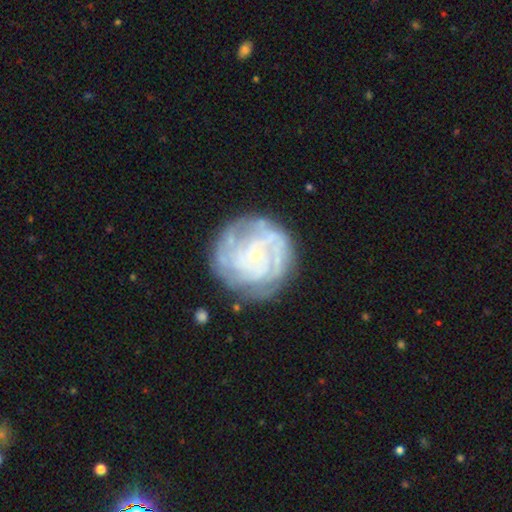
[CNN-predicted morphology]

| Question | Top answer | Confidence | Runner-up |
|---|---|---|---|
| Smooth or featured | featured or disk | 80% | smooth (13%) |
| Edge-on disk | no | 98% | yes (2%) |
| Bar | no | 77% | weak (18%) |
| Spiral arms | yes | 88% | no (12%) |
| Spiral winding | tight | 71% | medium (22%) |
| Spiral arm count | can't tell | 40% | 3 (17%) |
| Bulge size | small | 84% | moderate (10%) |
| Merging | none | 74% | minor disturbance (16%) |